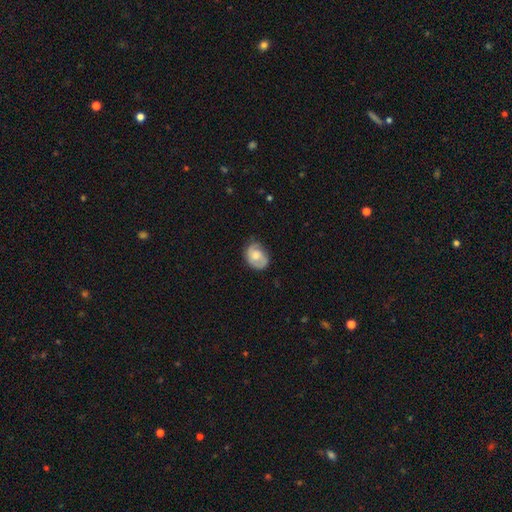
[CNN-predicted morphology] Q: Smooth or featured?
A: smooth (51%); runner-up: featured or disk (42%)
Q: How rounded?
A: in between (61%); runner-up: round (38%)
Q: Merging?
A: none (61%); runner-up: minor disturbance (29%)